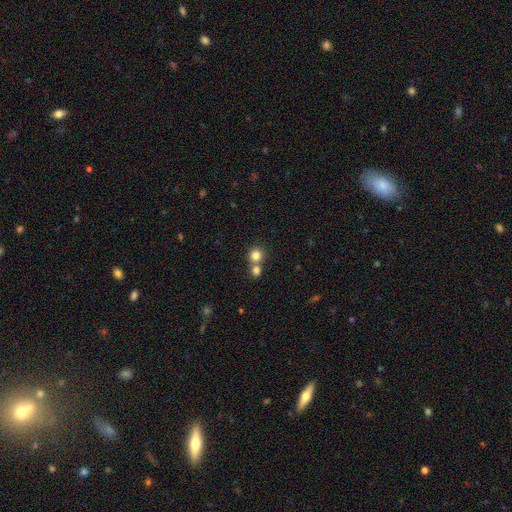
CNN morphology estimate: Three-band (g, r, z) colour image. It shows a smooth galaxy with no disk features (80%) that is round (89%). Merging: none (54%).